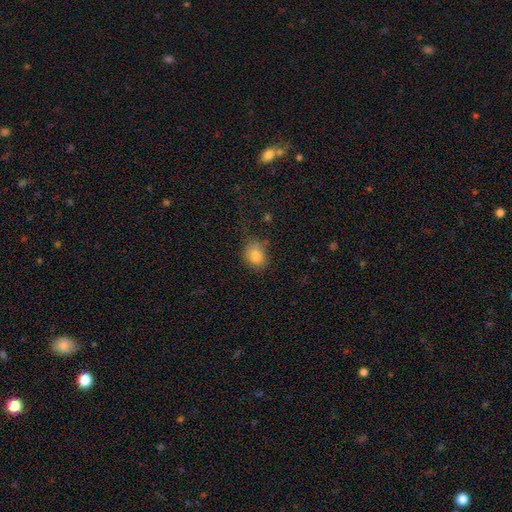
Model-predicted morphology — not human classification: type=smooth (82%); roundness=in between (54%); merging=none (66%).